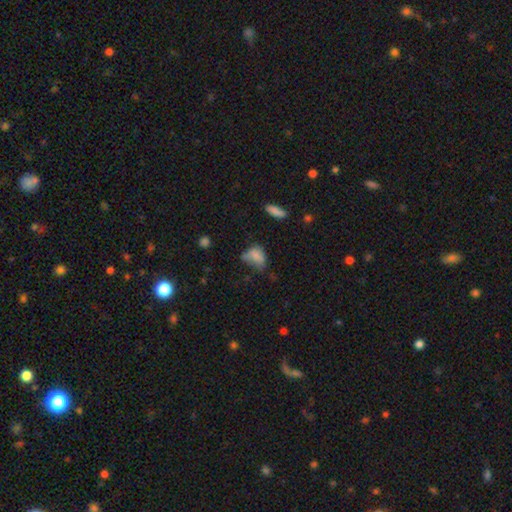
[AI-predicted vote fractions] This appears to be a smooth galaxy with no disk features (73%) that is in between round and cigar-shaped (76%). Merging: minor disturbance (35%).